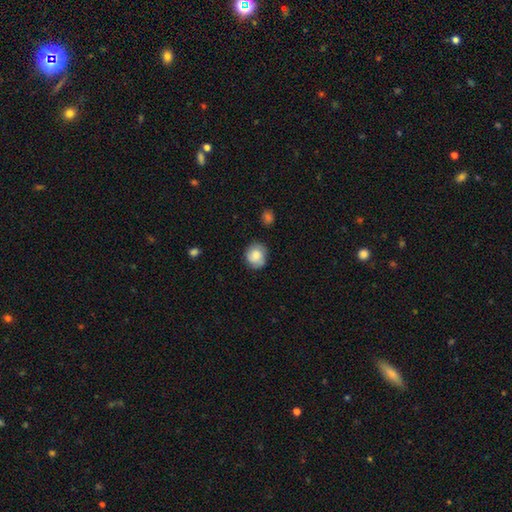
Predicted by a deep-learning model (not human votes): Morphology: type=smooth (81%); roundness=round (78%); merging=none (75%).